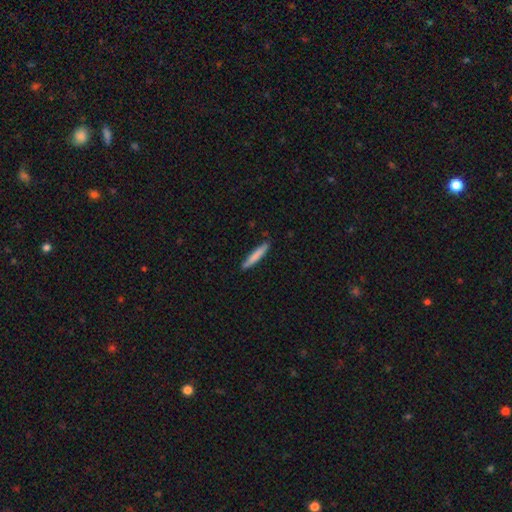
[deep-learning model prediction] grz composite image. It shows a smooth galaxy with no disk features (79%) that is cigar-shaped (94%). Merging: none (89%).